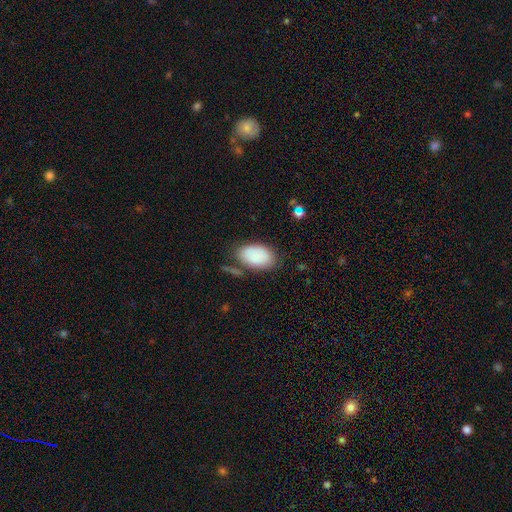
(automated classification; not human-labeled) This is clearly a smooth galaxy (87%). How rounded: clearly in between (94%). Merging: likely none (72%).